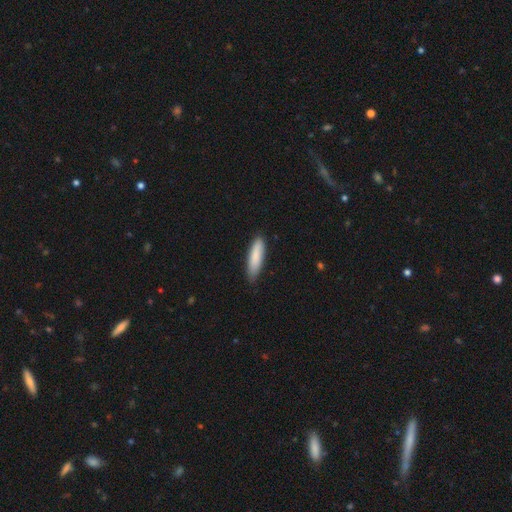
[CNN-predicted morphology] This is clearly a smooth galaxy (86%). How rounded: likely cigar-shaped (68%). Merging: clearly none (82%).